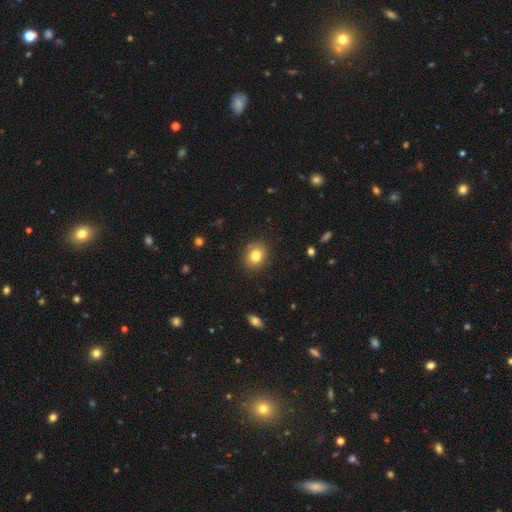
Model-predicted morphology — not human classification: Smooth or featured?
  - smooth: 80% *
  - star or artifact: 10%
  - featured or disk: 10%
How rounded?
  - round: 66% *
  - in between: 33%
  - cigar-shaped: 1%
Merging?
  - none: 85% *
  - minor disturbance: 11%
  - major disturbance: 3%
  - merger: 1%